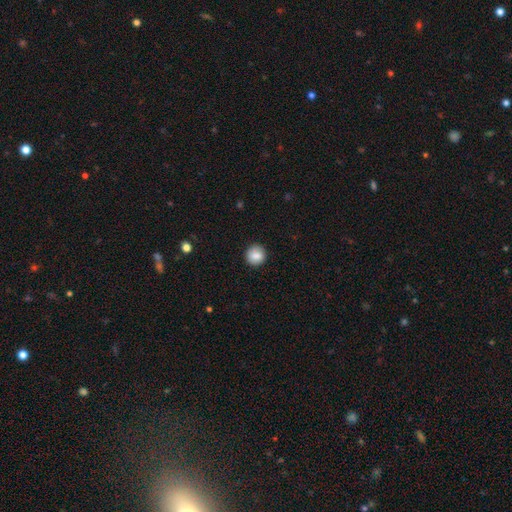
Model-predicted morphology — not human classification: A smooth galaxy with no disk features (85%) that is round (92%). Merging: none (89%).